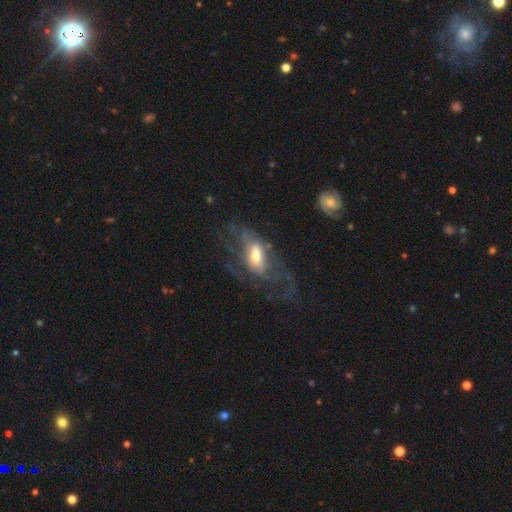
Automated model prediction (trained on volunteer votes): Smooth or featured? Predicted: featured or disk (p=0.63). Edge-on disk? Predicted: no (p=0.87). Bar? Predicted: no (p=0.46). Spiral arms? Predicted: yes (p=0.60). Bulge size? Predicted: moderate (p=0.60). Merging? Predicted: major disturbance (p=0.43).